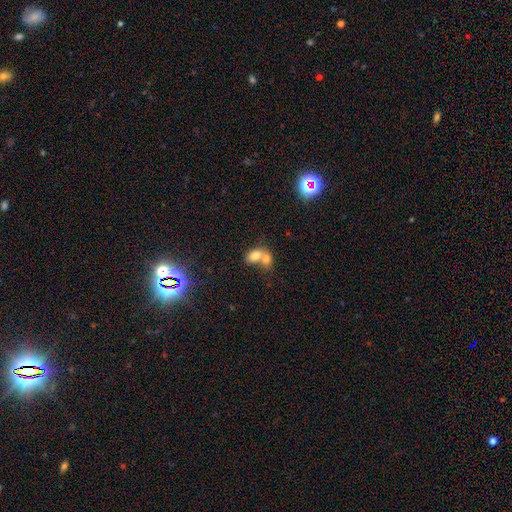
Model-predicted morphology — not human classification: This appears to be a smooth galaxy with no disk features (74%) that is in between round and cigar-shaped (74%). Merging: merger (72%).